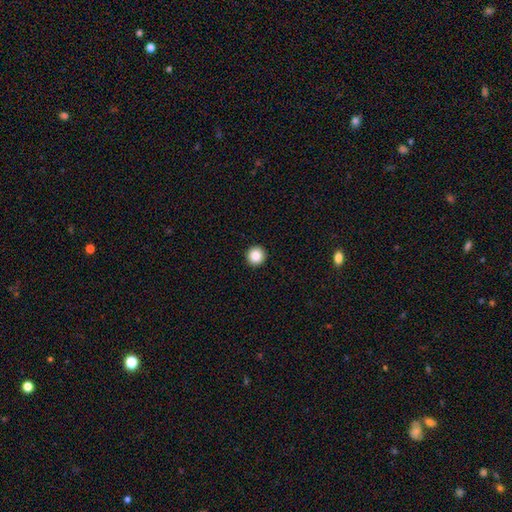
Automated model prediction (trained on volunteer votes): The model was most divided on "smooth or featured": smooth: 87%, star or artifact: 10%, featured or disk: 3%. More confident: how rounded — round (96%); merging — none (94%).